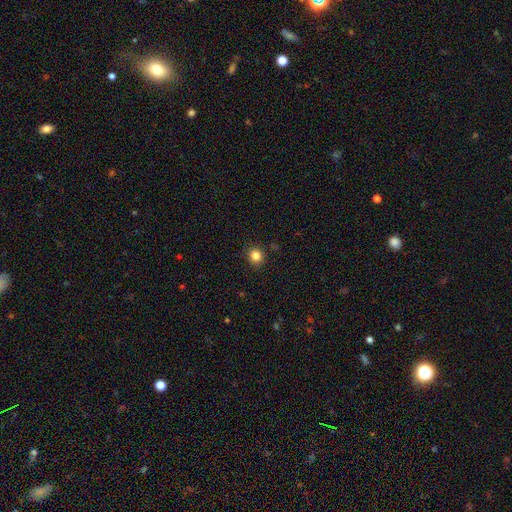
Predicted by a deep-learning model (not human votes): Smooth or featured? Predicted: smooth (p=0.83). How rounded? Predicted: round (p=0.85). Merging? Predicted: none (p=0.90).